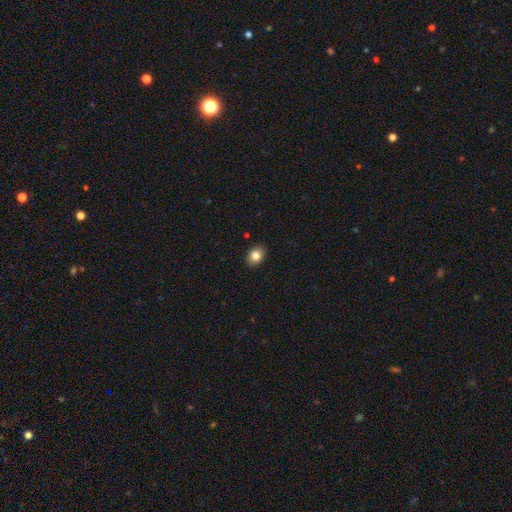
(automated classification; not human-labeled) smooth-or-featured: smooth: 83% | star or artifact: 10% | featured or disk: 8%
  how-rounded: in between: 59% | round: 41% | cigar-shaped: 1%
  merging: none: 89% | minor disturbance: 8% | major disturbance: 2% | merger: 1%